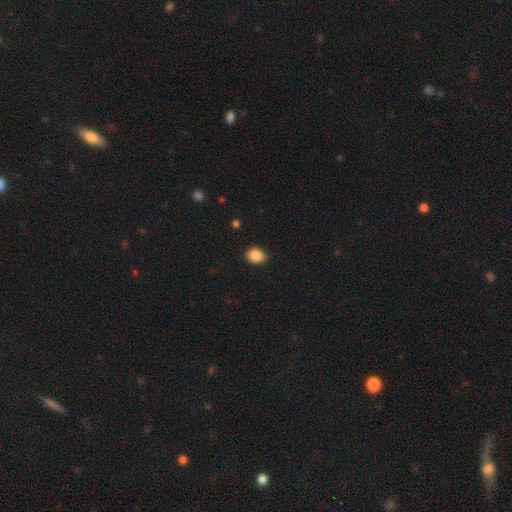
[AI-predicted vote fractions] A smooth galaxy with no disk features (87%) that is in between round and cigar-shaped (63%).

Vote fractions:
- Smooth or featured? smooth: 87% / star or artifact: 9% / featured or disk: 4%
- How rounded? in between: 63% / round: 36% / cigar-shaped: 1%
- Merging? none: 89% / minor disturbance: 8% / major disturbance: 2% / merger: 1%